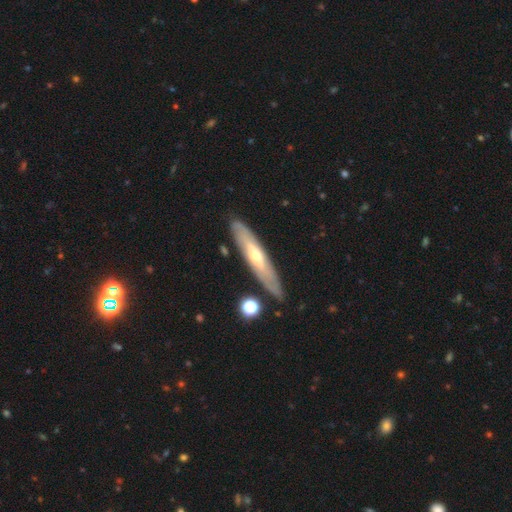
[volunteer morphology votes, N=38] This appears to be a featured or disk galaxy (53%) viewed edge-on (50%, tied with no) with a rounded central bulge (60%). Merging: none (71%).